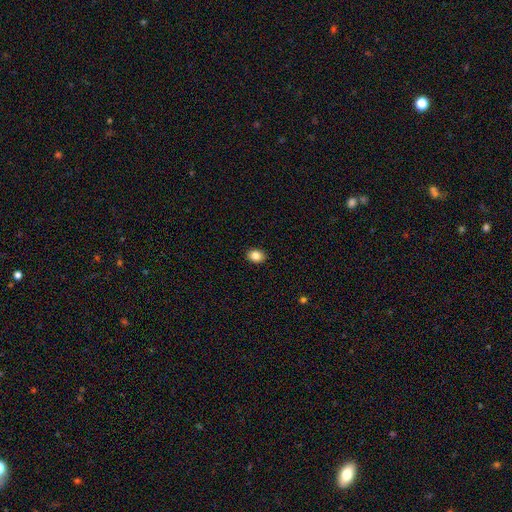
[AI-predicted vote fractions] Smooth or featured? smooth (85%)
How rounded? in between (56%)
Merging? none (90%)